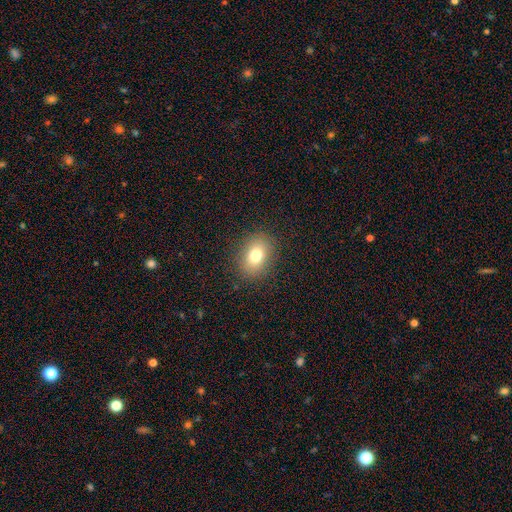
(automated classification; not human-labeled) This is likely a smooth galaxy (77%). How rounded: likely in between (65%). Merging: clearly none (87%).